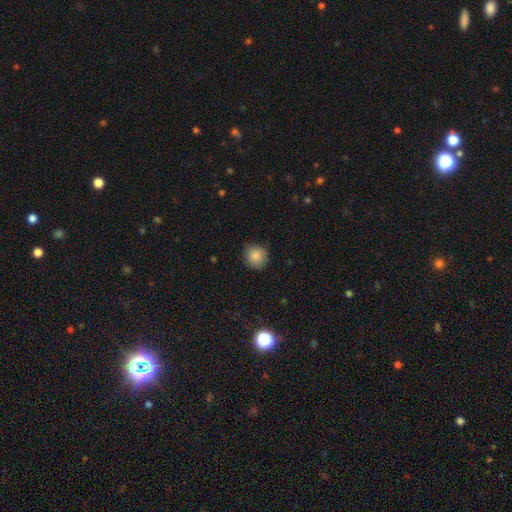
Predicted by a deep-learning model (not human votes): A smooth galaxy with no disk features (86%) that is round (90%). Merging: none (85%).